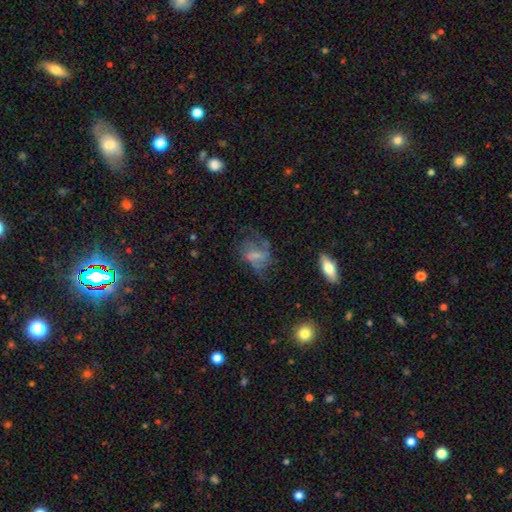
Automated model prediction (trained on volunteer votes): A featured or disk galaxy (60%) with a weak bar (46%), spiral arms (71%) and a small central bulge (47%).

Vote fractions:
- Smooth or featured? featured or disk: 60% / smooth: 29% / star or artifact: 11%
- Edge-on disk? no: 96% / yes: 4%
- Bar? weak: 46% / no: 35% / strong: 19%
- Spiral arms? yes: 71% / no: 29%
- Bulge size? small: 47% / none: 24% / moderate: 24% / large: 3% / dominant: 1%
- Merging? none: 43% / major disturbance: 30% / minor disturbance: 23% / merger: 4%